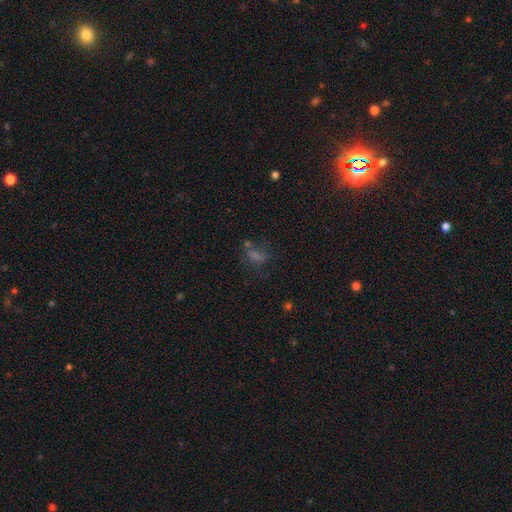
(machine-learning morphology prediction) smooth-or-featured: star or artifact: 43% | smooth: 36% | featured or disk: 21%